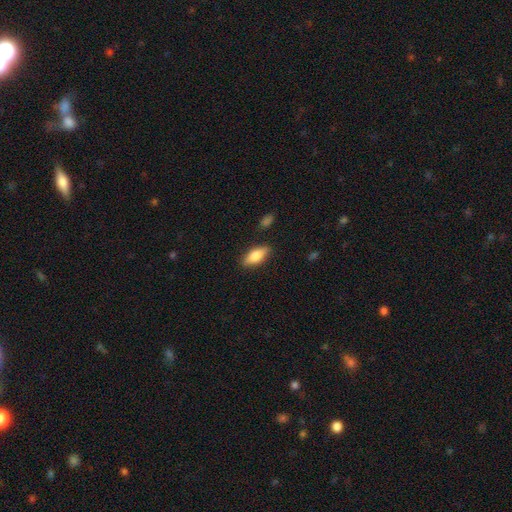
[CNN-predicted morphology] A smooth galaxy with no disk features (74%) that is in between round and cigar-shaped (79%). Merging: none (85%).